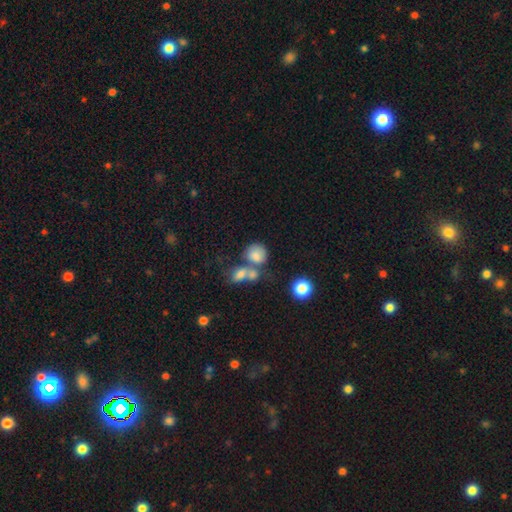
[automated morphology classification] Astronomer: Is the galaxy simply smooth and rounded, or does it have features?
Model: smooth — 75%.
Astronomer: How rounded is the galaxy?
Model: round — 73%.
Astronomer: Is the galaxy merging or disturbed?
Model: merger — 47% (runner-up: none, 34%).